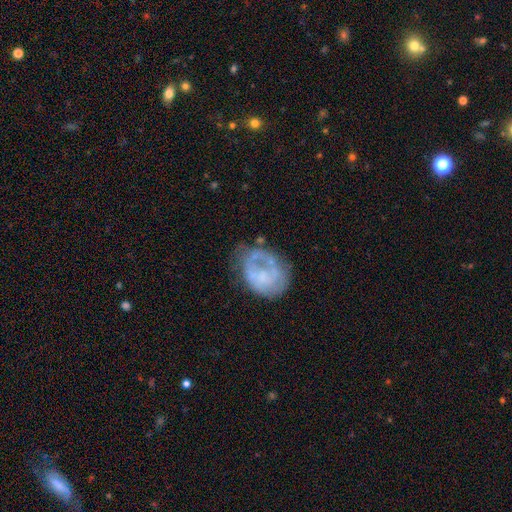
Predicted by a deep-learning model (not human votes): This is possibly a featured or disk galaxy (54%). It is clearly not viewed edge-on (98%). Bar: clearly no (82%). Spiral arm pattern: likely no (70%). Central bulge: possibly none (45%). Merging: marginally none (44%).